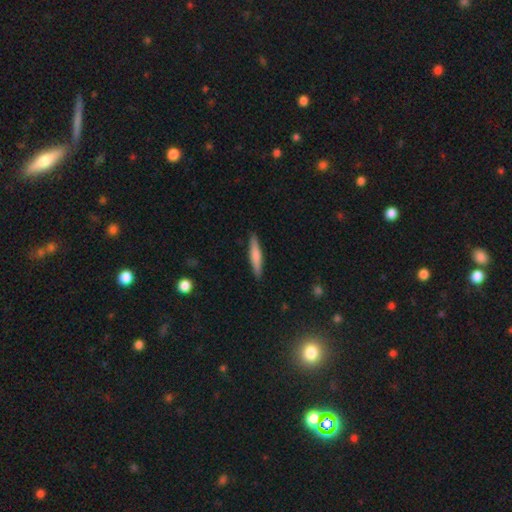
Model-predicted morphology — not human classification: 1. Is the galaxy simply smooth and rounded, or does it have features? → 67% smooth, 27% featured or disk, 5% star or artifact.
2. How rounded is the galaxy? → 90% cigar-shaped, 9% in between, 1% round.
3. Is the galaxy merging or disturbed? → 90% none, 7% minor disturbance, 1% major disturbance, 1% merger.